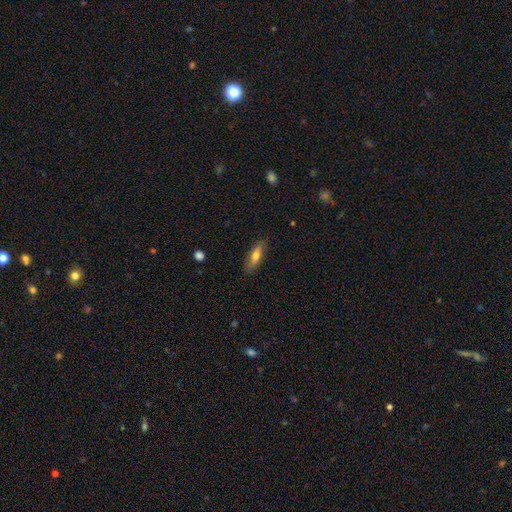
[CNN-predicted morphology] smooth_or_featured: smooth (p=0.65) [alt: featured or disk p=0.28]
how_rounded: in between (p=0.60) [alt: cigar-shaped p=0.38]
merging: none (p=0.84) [alt: minor disturbance p=0.12]